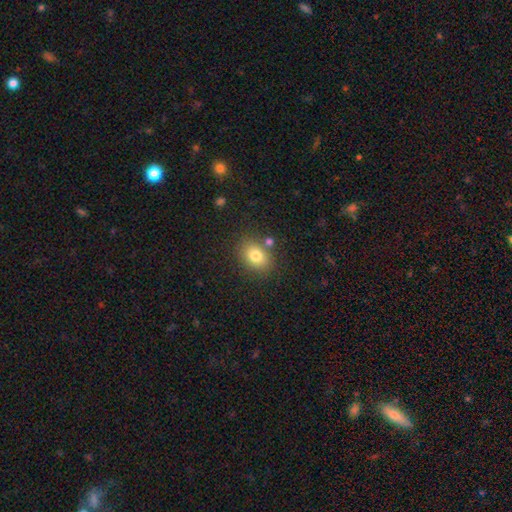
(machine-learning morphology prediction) smooth_or_featured: smooth (p=0.80) [alt: star or artifact p=0.10]
how_rounded: in between (p=0.60) [alt: round p=0.39]
merging: none (p=0.78) [alt: minor disturbance p=0.11]